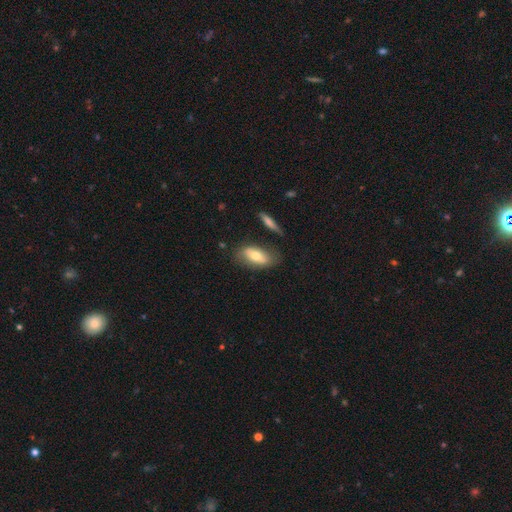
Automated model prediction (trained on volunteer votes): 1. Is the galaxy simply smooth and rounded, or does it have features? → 67% smooth, 26% featured or disk, 6% star or artifact.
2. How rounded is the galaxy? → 84% in between, 12% cigar-shaped, 3% round.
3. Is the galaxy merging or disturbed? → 68% none, 20% minor disturbance, 7% major disturbance, 5% merger.